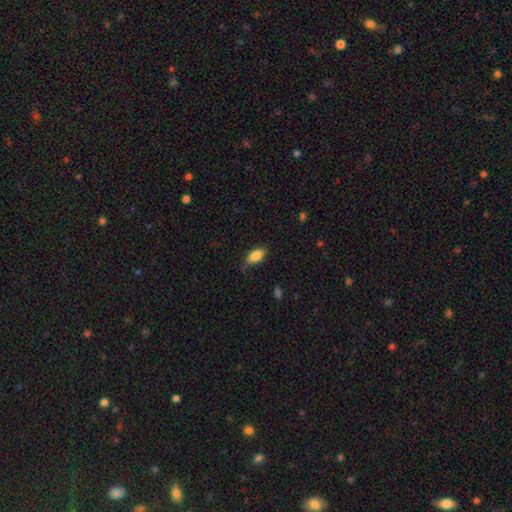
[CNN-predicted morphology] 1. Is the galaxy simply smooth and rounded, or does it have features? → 83% smooth, 10% featured or disk, 7% star or artifact.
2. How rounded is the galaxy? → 89% in between, 7% cigar-shaped, 4% round.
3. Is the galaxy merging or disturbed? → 70% none, 23% minor disturbance, 5% major disturbance, 2% merger.